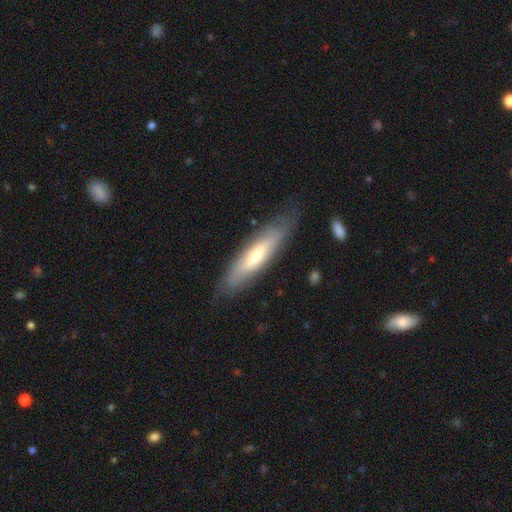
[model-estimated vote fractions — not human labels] featured or disk 49%, smooth 45%, star or artifact 6%. Down the decision tree: merging — none (74%).